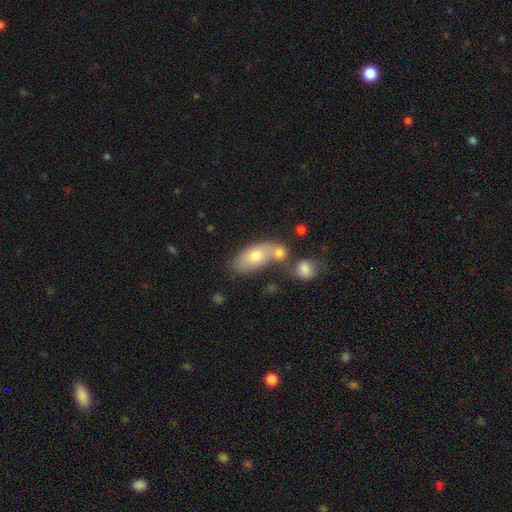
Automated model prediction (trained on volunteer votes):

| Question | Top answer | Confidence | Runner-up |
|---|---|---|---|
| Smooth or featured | smooth | 71% | featured or disk (21%) |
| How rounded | in between | 88% | round (7%) |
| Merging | merger | 44% | none (38%) |